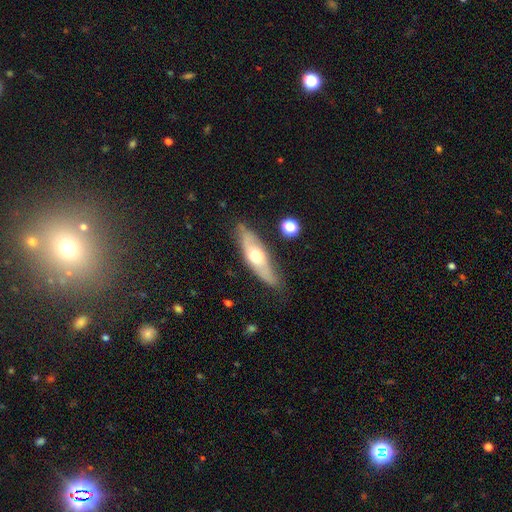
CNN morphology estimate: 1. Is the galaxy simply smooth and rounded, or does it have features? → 51% featured or disk, 43% smooth, 6% star or artifact.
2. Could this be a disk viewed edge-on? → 60% yes, 40% no.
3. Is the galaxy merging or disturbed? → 77% none, 17% minor disturbance, 4% major disturbance, 2% merger.